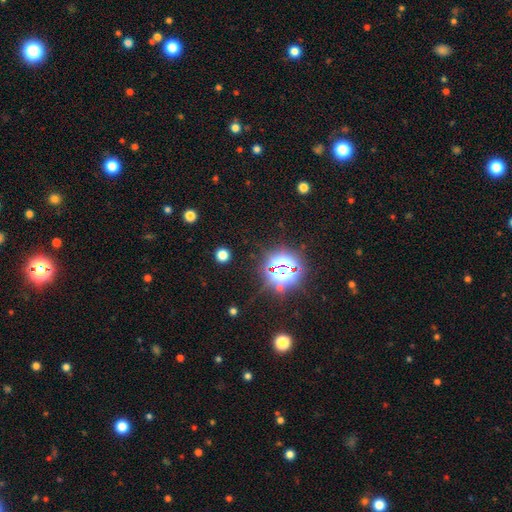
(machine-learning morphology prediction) Smooth or featured? star or artifact (82%)